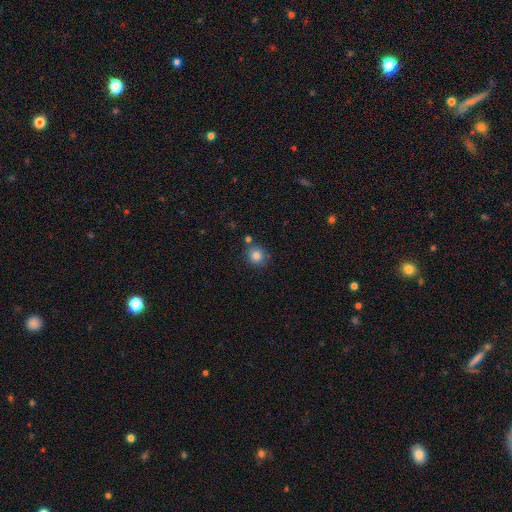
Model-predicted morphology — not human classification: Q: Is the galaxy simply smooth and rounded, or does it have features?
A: smooth — 83%.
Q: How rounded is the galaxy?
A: round — 88%.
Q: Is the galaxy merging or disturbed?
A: none — 78%.